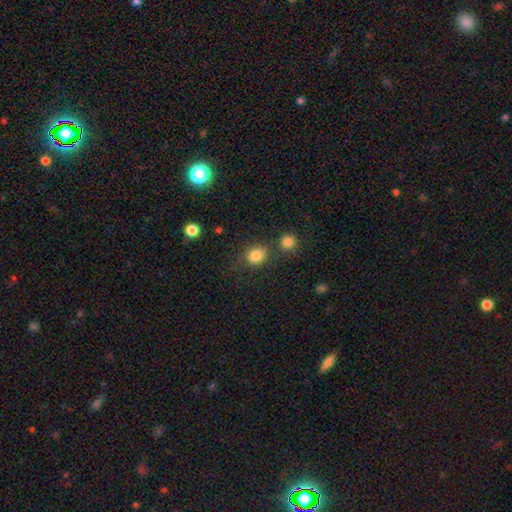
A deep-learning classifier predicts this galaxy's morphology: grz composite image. It shows a smooth galaxy with no disk features (83%) that is round (72%). Merging: none (69%).